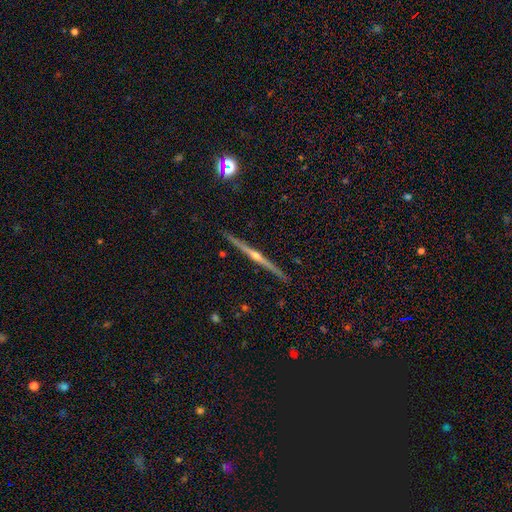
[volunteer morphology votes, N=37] A featured or disk galaxy (89%) viewed edge-on (97%) with a rounded central bulge (94%). Merging: none (97%).